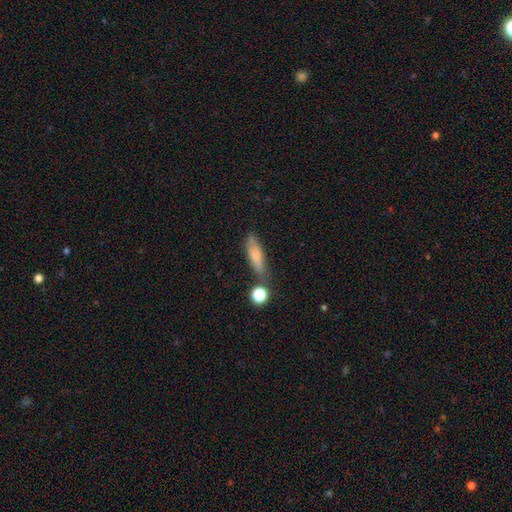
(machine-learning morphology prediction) Smooth or featured? smooth (72%)
How rounded? cigar-shaped (54%)
Merging? none (61%)